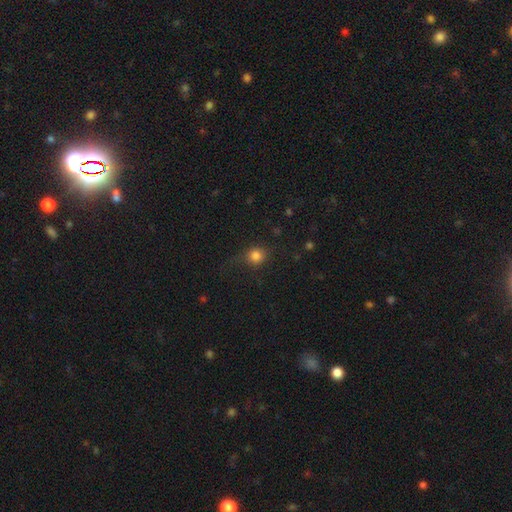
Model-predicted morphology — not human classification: Smooth or featured? Predicted: smooth (p=0.82). How rounded? Predicted: round (p=0.86). Merging? Predicted: none (p=0.71).